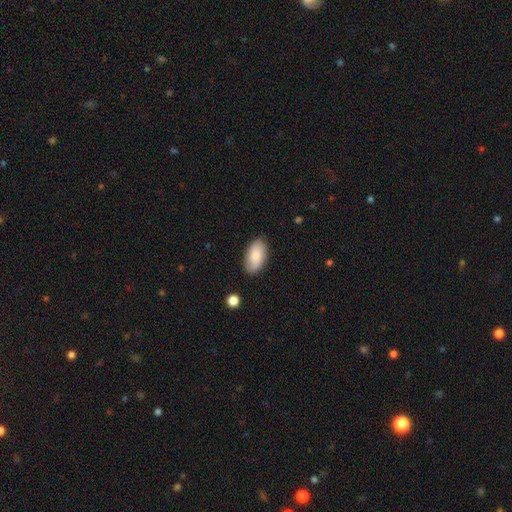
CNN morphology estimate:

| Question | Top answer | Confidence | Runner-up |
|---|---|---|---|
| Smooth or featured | smooth | 78% | featured or disk (15%) |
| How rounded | in between | 94% | round (3%) |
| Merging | none | 81% | minor disturbance (14%) |